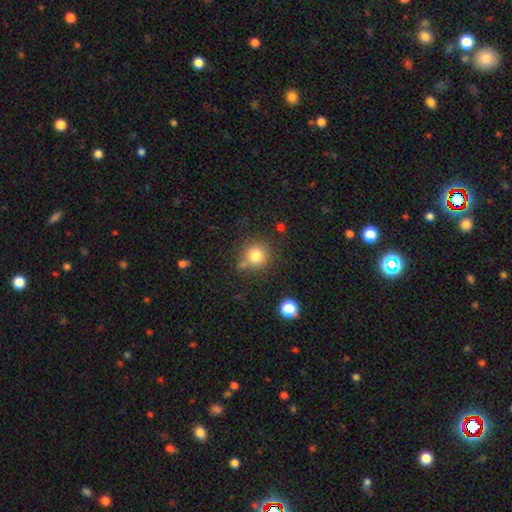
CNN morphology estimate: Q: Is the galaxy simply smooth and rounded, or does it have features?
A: smooth — 80%.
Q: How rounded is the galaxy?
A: round — 91%.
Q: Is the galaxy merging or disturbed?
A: none — 71%.